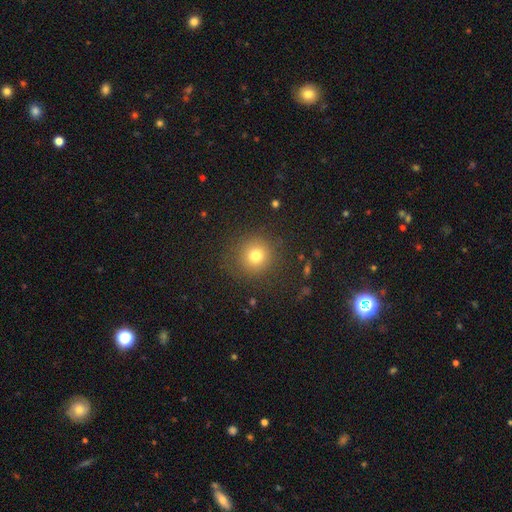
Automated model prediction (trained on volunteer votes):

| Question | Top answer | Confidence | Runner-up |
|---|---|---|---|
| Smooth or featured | smooth | 76% | star or artifact (15%) |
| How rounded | round | 93% | in between (6%) |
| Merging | none | 86% | minor disturbance (8%) |